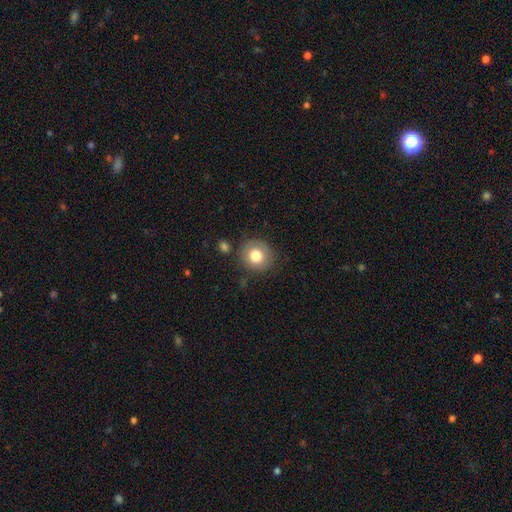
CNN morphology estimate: Smooth or featured?
  - smooth: 80% *
  - featured or disk: 12%
  - star or artifact: 9%
How rounded?
  - round: 87% *
  - in between: 12%
  - cigar-shaped: 1%
Merging?
  - none: 79% *
  - minor disturbance: 13%
  - major disturbance: 5%
  - merger: 3%